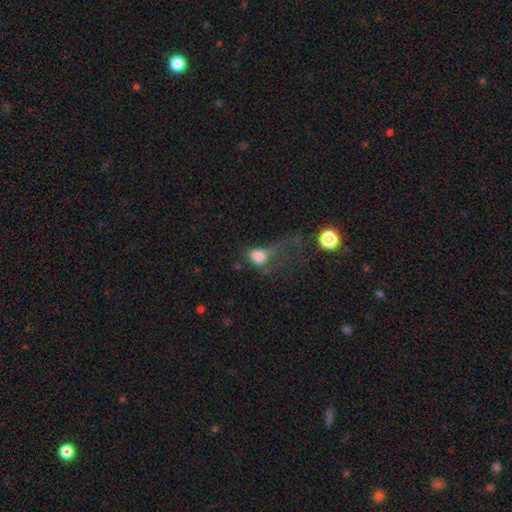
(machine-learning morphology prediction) smooth 55%, star or artifact 23%, featured or disk 22%. Down the decision tree: how rounded — round (57%); merging — major disturbance (57%).